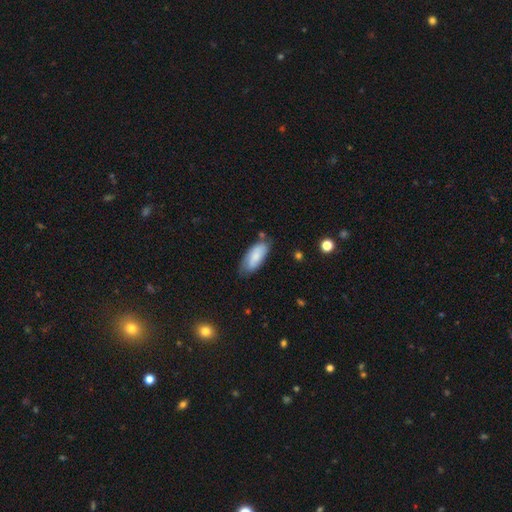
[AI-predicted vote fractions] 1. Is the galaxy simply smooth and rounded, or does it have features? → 76% smooth, 17% featured or disk, 6% star or artifact.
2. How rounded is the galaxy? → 83% in between, 15% cigar-shaped, 2% round.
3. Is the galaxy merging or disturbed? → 65% none, 26% minor disturbance, 5% major disturbance, 4% merger.